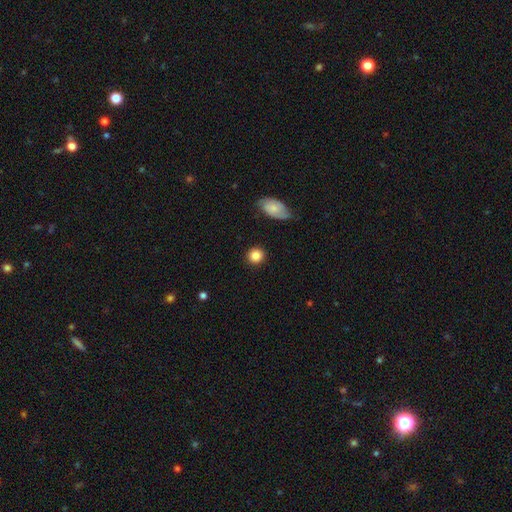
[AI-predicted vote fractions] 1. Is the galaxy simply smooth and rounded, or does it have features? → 85% smooth, 9% star or artifact, 7% featured or disk.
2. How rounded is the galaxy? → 89% round, 10% in between, 1% cigar-shaped.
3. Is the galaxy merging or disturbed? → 88% none, 8% minor disturbance, 2% major disturbance, 2% merger.